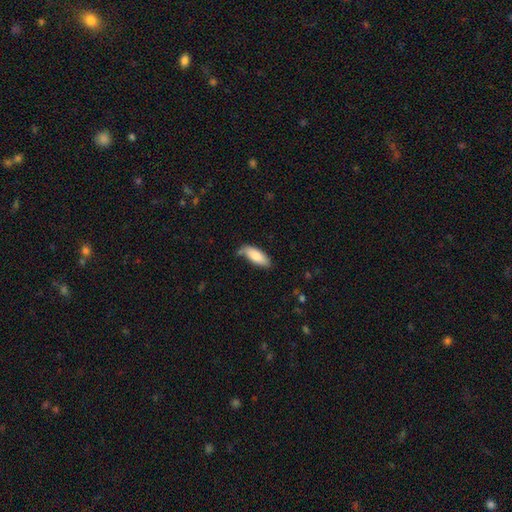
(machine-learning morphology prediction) smooth-or-featured: smooth: 83% | featured or disk: 12% | star or artifact: 6%
  how-rounded: in between: 74% | cigar-shaped: 24% | round: 2%
  merging: none: 67% | minor disturbance: 24% | merger: 5% | major disturbance: 4%